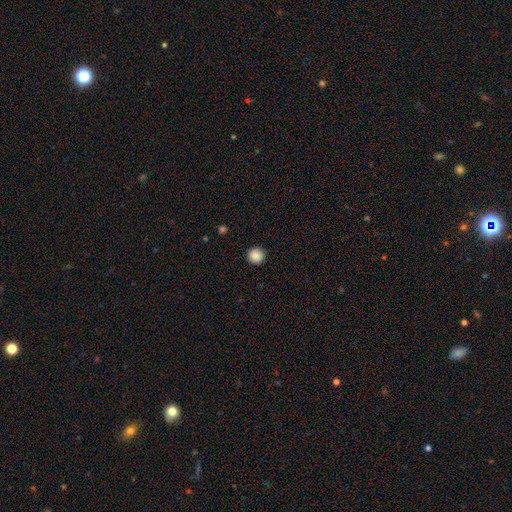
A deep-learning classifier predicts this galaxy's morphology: A smooth galaxy with no disk features (88%) that is round (95%).

Vote fractions:
- Smooth or featured? smooth: 88% / star or artifact: 9% / featured or disk: 3%
- How rounded? round: 95% / in between: 4% / cigar-shaped: 1%
- Merging? none: 92% / minor disturbance: 5% / major disturbance: 2% / merger: 1%